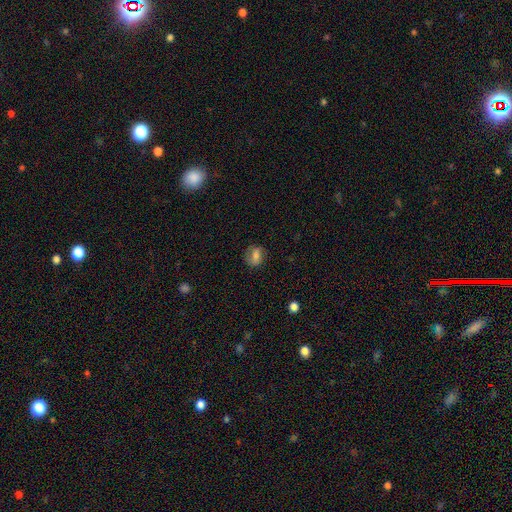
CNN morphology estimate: type=smooth (60%); roundness=in between (51%); merging=none (70%).